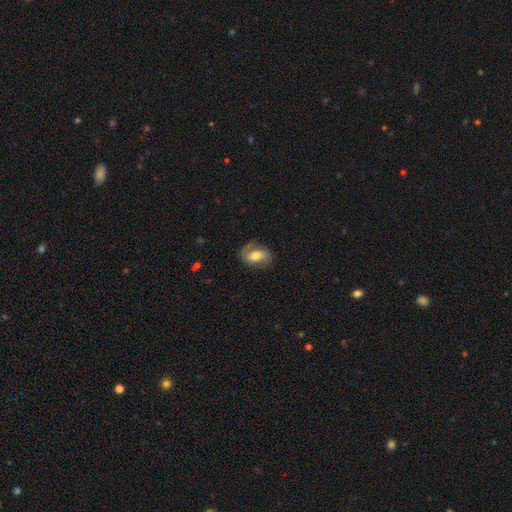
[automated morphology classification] A featured or disk galaxy (56%) with a weak bar (37%, tied with no), spiral arms (82%) and a moderate central bulge (61%). Merging: none (66%).